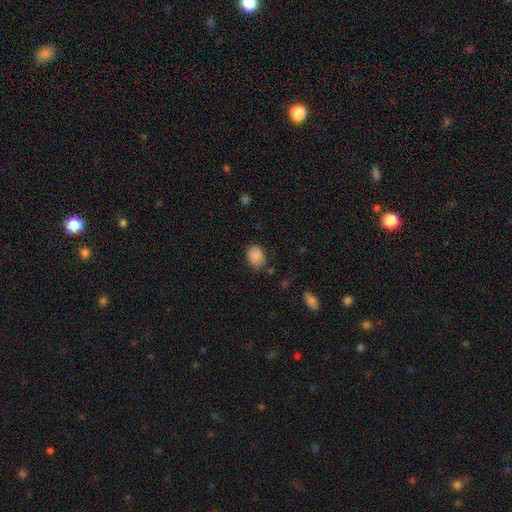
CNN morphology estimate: This is clearly a smooth galaxy (87%). How rounded: possibly in between (55%). Merging: likely none (75%).